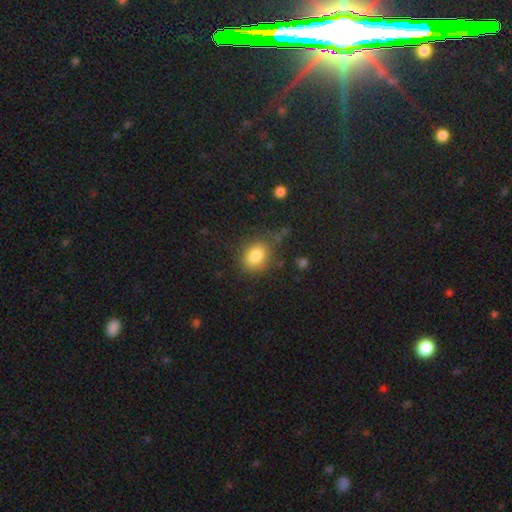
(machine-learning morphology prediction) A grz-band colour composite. It shows a smooth galaxy with no disk features (83%) that is in between round and cigar-shaped (55%). Merging: none (74%).